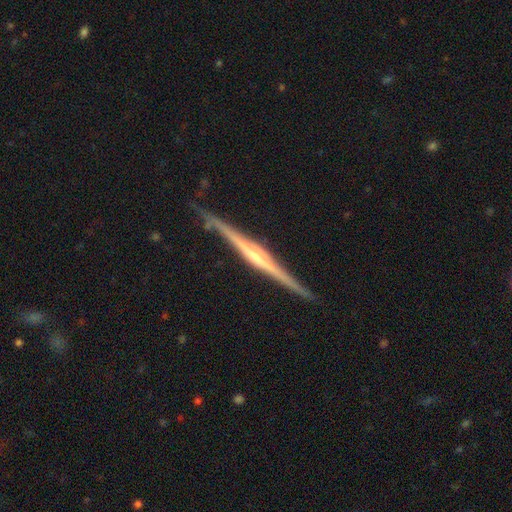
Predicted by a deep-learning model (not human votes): A featured or disk galaxy (87%) viewed edge-on (98%) with a rounded central bulge (73%). Merging: none (88%).